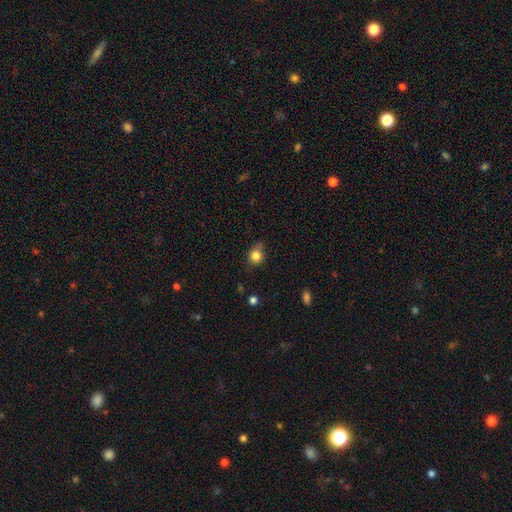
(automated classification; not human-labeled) Overall: smooth (83%). How rounded: round (78%). Merging: none (64%; minor disturbance 26%).